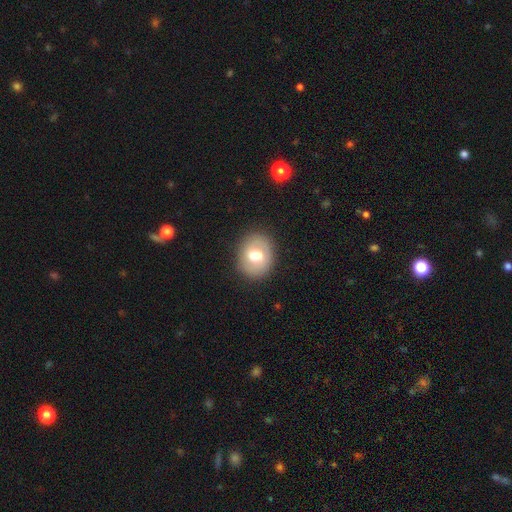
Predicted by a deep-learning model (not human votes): Overall: smooth (62%; featured or disk 30%). How rounded: round (55%; in between 44%). Merging: none (84%).